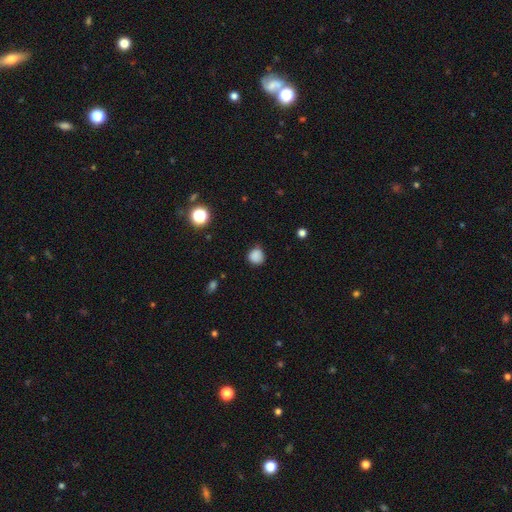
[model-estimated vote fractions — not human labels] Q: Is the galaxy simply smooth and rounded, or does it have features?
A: smooth — 84%.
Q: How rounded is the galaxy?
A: round — 87%.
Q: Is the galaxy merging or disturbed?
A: none — 79%.